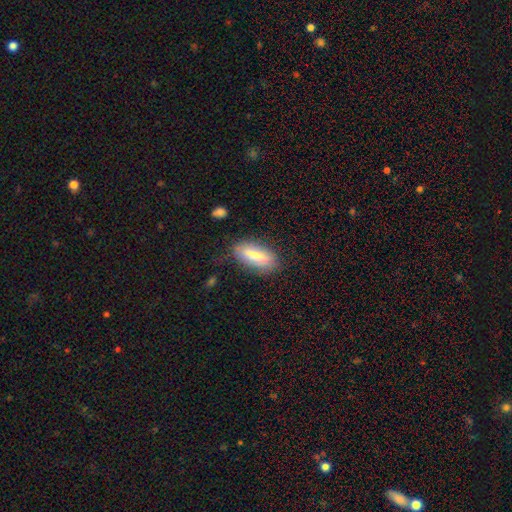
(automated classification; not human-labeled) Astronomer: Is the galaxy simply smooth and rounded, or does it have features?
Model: smooth — 78%.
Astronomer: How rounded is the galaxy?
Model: in between — 70%.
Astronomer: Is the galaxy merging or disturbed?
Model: none — 76%.